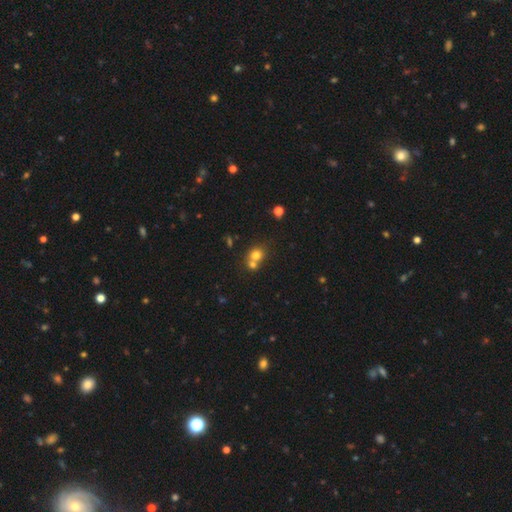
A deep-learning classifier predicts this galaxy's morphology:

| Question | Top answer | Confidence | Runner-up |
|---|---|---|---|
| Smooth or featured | smooth | 73% | star or artifact (15%) |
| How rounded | round | 77% | in between (22%) |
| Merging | merger | 50% | none (41%) |